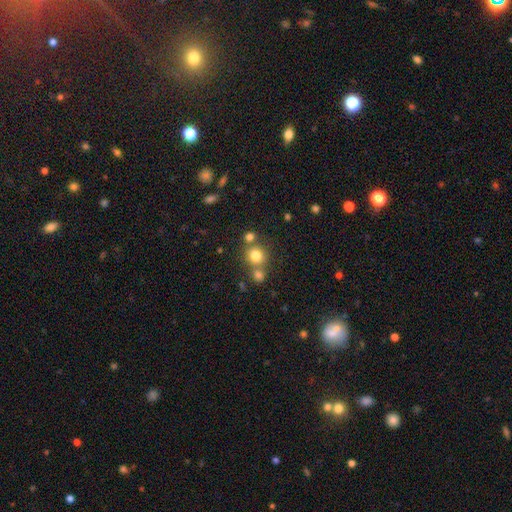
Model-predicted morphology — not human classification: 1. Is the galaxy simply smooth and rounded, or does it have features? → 78% smooth, 14% star or artifact, 8% featured or disk.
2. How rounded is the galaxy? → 86% round, 13% in between, 1% cigar-shaped.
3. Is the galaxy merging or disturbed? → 63% none, 25% merger, 8% minor disturbance, 4% major disturbance.